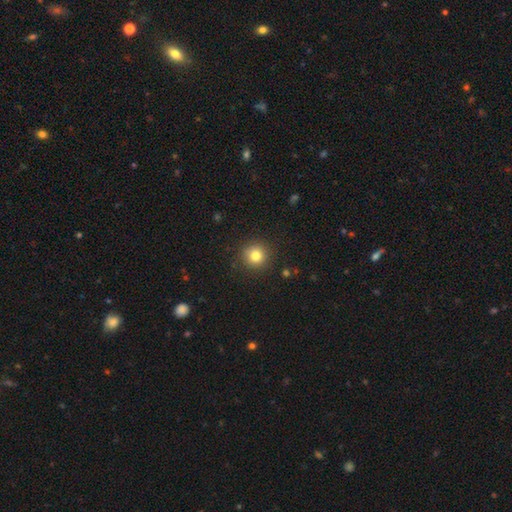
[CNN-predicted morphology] smooth-or-featured: smooth: 81% | star or artifact: 12% | featured or disk: 7%
  how-rounded: round: 94% | in between: 5% | cigar-shaped: 1%
  merging: none: 90% | minor disturbance: 7% | major disturbance: 2% | merger: 1%